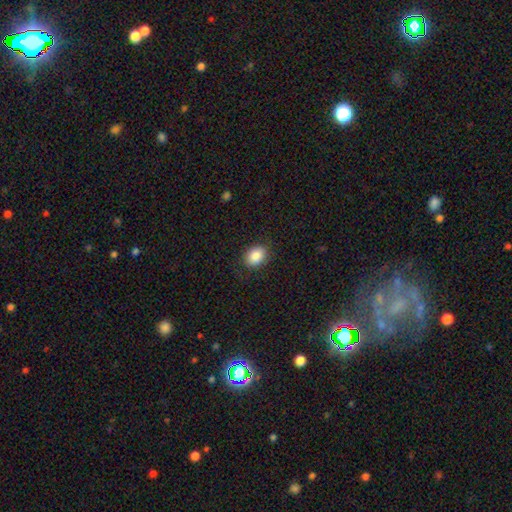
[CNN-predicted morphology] Smooth or featured? smooth (86%)
How rounded? in between (62%)
Merging? none (85%)